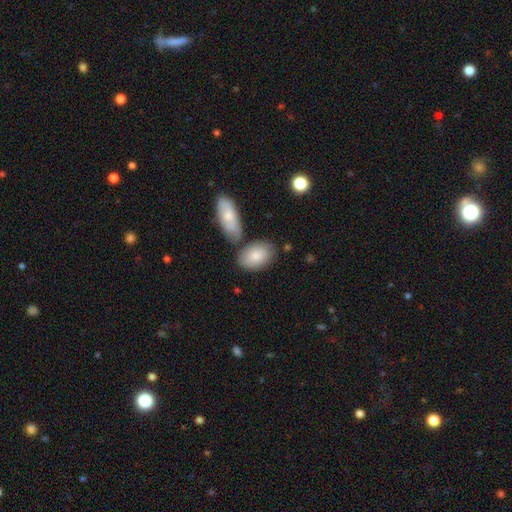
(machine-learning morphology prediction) Smooth or featured: smooth — 82% (featured or disk — 13%)
How rounded: in between — 90% (round — 8%)
Merging: none — 64% (merger — 18%)